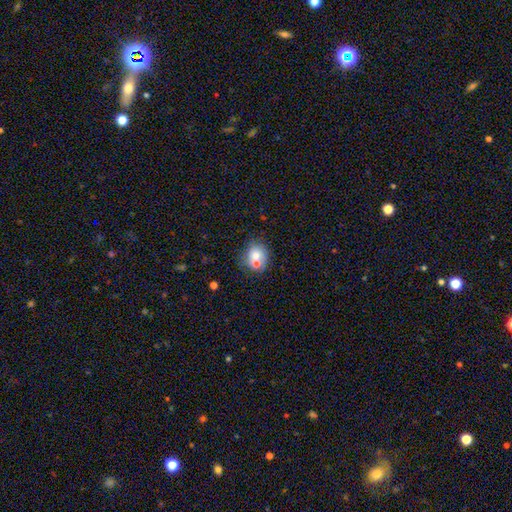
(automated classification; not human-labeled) Smooth or featured? smooth (67%)
How rounded? round (67%)
Merging? merger (47%)